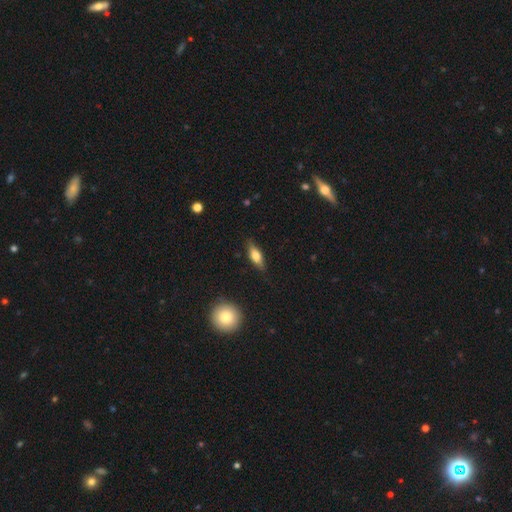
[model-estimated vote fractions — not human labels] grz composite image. It shows a smooth galaxy with no disk features (63%) that is in between round and cigar-shaped (62%). Merging: none (82%).